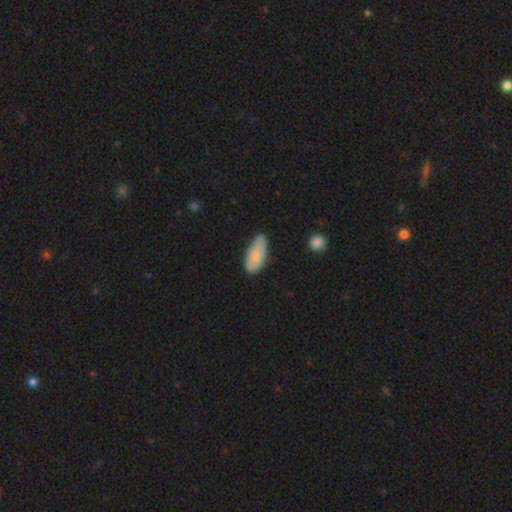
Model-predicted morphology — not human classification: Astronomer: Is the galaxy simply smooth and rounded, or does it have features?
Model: smooth — 77%.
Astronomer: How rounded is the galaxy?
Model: in between — 90%.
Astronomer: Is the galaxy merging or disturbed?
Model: none — 60%.